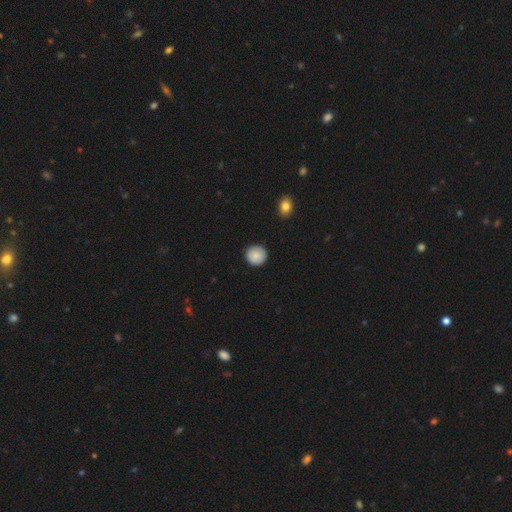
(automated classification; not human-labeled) Smooth or featured: smooth — 87% (star or artifact — 7%)
How rounded: round — 92% (in between — 7%)
Merging: none — 91% (minor disturbance — 7%)